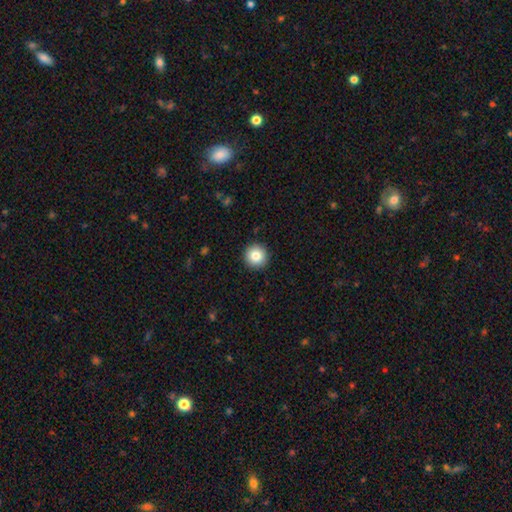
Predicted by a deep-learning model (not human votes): Smooth or featured? smooth (84%)
How rounded? round (96%)
Merging? none (92%)